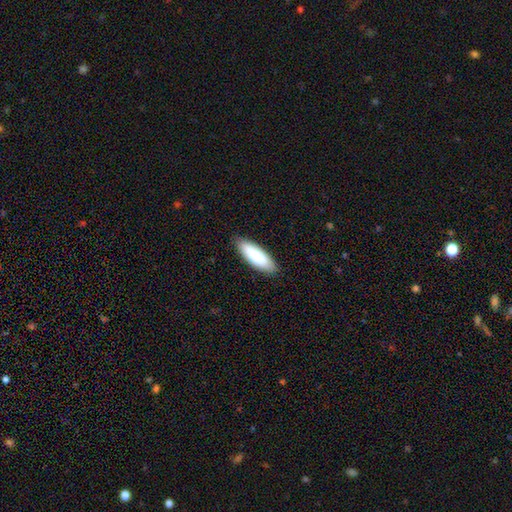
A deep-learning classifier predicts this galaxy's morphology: Smooth or featured? smooth (86%)
How rounded? in between (59%)
Merging? none (86%)